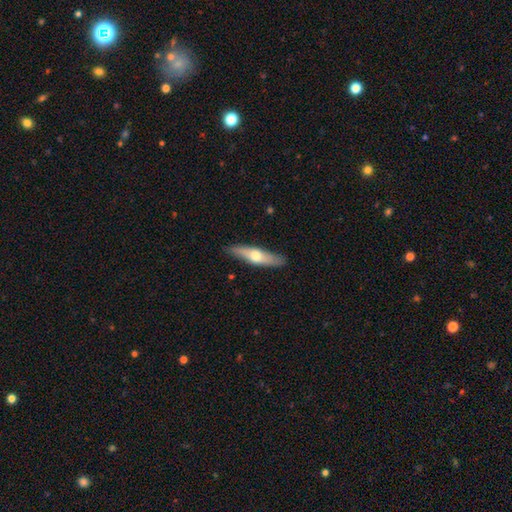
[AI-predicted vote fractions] Morphology: type=smooth (48%); merging=none (87%).